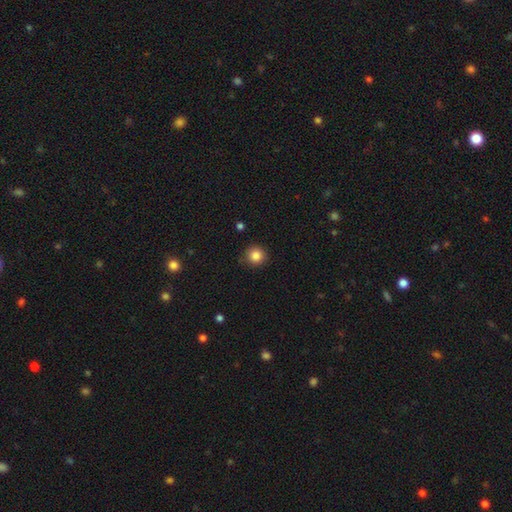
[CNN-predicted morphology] Q: Smooth or featured?
A: smooth (85%); runner-up: star or artifact (11%)
Q: How rounded?
A: round (93%); runner-up: in between (6%)
Q: Merging?
A: none (88%); runner-up: minor disturbance (8%)